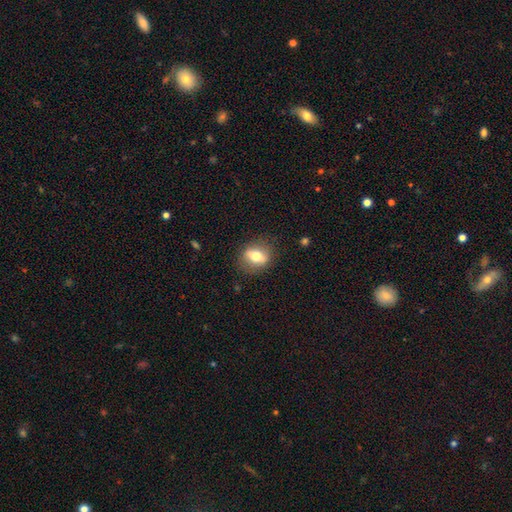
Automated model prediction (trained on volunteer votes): Smooth or featured: smooth — 59% (featured or disk — 33%)
How rounded: in between — 50% (round — 47%)
Merging: none — 82% (minor disturbance — 13%)